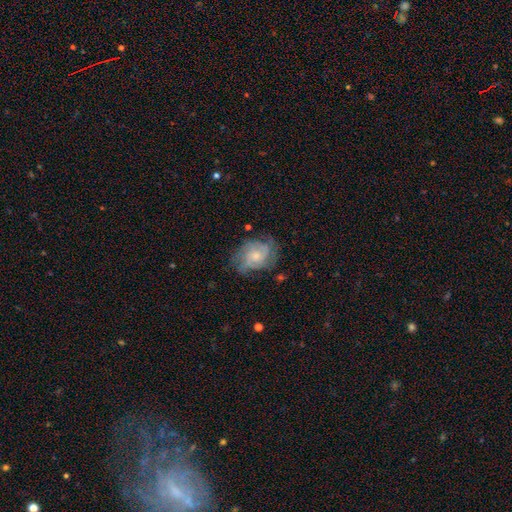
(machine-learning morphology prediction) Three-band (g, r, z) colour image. It shows a featured or disk galaxy (66%) with no bar (75%), tight (46%) spiral arms (85%) and a small central bulge (45%). Merging: none (61%).